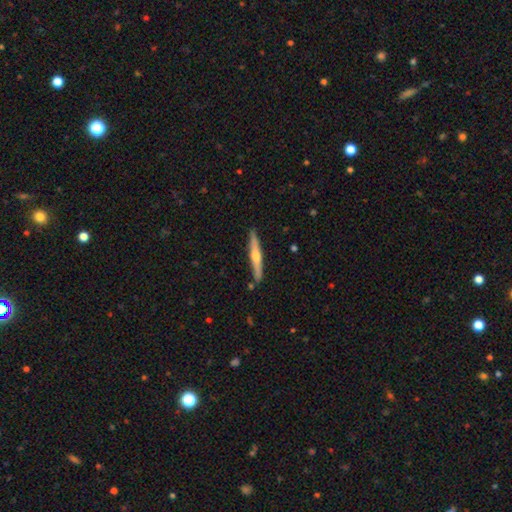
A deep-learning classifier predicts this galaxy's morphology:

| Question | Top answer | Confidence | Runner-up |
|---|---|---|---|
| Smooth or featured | featured or disk | 62% | smooth (33%) |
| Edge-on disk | yes | 97% | no (3%) |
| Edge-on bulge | rounded | 90% | none (7%) |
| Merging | none | 88% | minor disturbance (8%) |